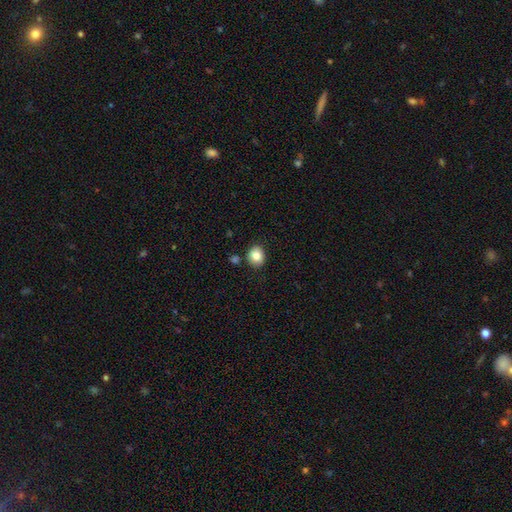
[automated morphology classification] smooth 84%, star or artifact 9%, featured or disk 7%. Down the decision tree: how rounded — round (69%); merging — none (84%).